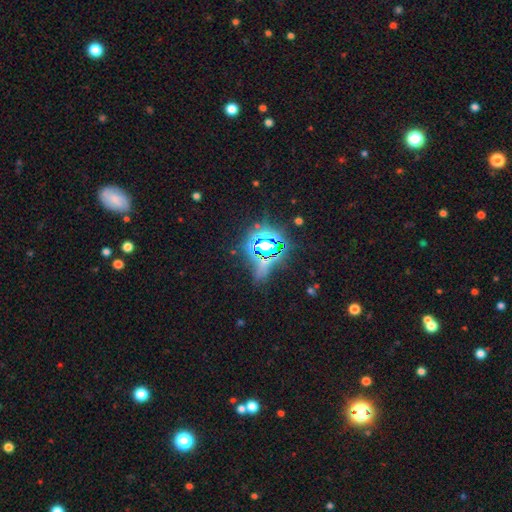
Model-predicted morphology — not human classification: Smooth or featured?
  - star or artifact: 81% *
  - smooth: 11%
  - featured or disk: 8%